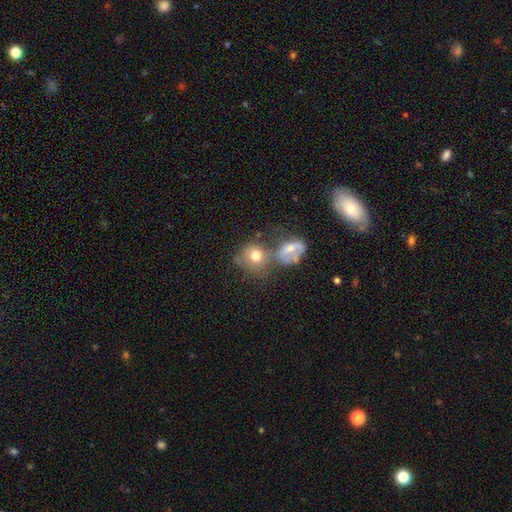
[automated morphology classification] smooth 71%, featured or disk 19%, star or artifact 10%. Down the decision tree: how rounded — round (72%); merging — merger (44%).